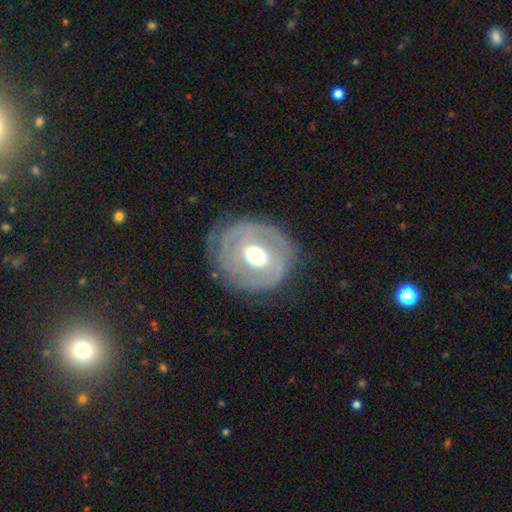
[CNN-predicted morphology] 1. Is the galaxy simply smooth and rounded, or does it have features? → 69% featured or disk, 25% smooth, 6% star or artifact.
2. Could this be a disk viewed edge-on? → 96% no, 4% yes.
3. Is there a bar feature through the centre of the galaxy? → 60% no, 27% weak, 13% strong.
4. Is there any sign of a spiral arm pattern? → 55% yes, 45% no.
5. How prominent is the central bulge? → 65% moderate, 23% large, 8% small, 2% dominant, 1% none.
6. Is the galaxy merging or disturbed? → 68% none, 19% minor disturbance, 12% major disturbance, 2% merger.